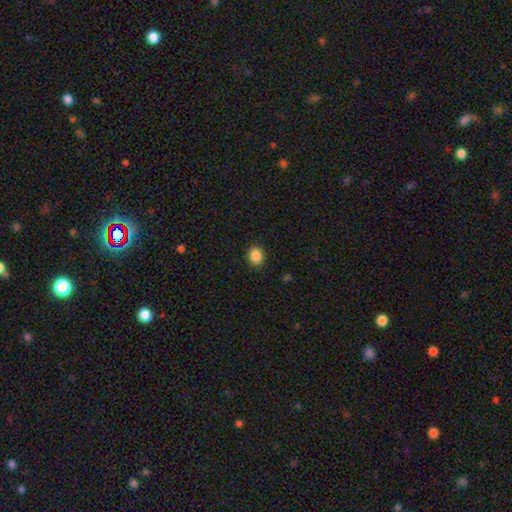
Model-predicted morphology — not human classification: A smooth galaxy with no disk features (87%) that is round (63%).

Vote fractions:
- Smooth or featured? smooth: 87% / star or artifact: 9% / featured or disk: 3%
- How rounded? round: 63% / in between: 36% / cigar-shaped: 1%
- Merging? none: 90% / minor disturbance: 7% / major disturbance: 2% / merger: 1%